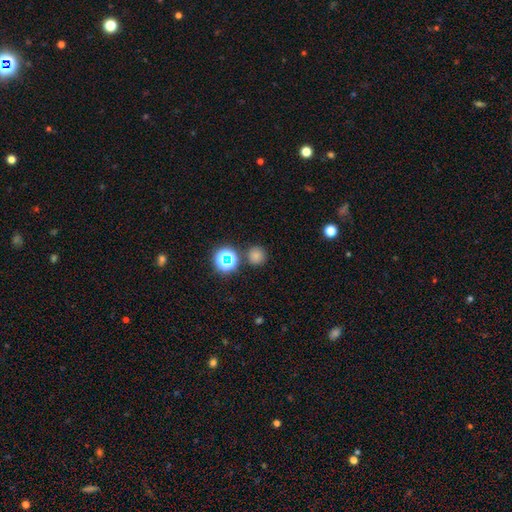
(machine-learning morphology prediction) smooth-or-featured: smooth: 74% | star or artifact: 21% | featured or disk: 5%
  how-rounded: round: 93% | in between: 6% | cigar-shaped: 1%
  merging: none: 84% | minor disturbance: 7% | merger: 6% | major disturbance: 3%